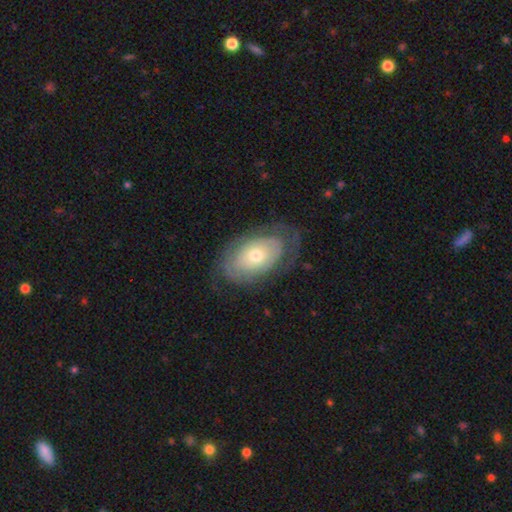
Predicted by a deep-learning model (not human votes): This appears to be a featured or disk galaxy (55%) with no bar (87%), no spiral arms (51%) and a moderate central bulge (49%). Merging: none (66%).